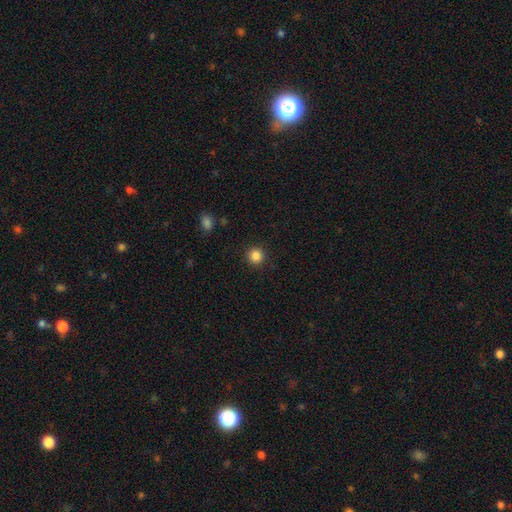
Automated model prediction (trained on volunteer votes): smooth-or-featured: smooth: 85% | star or artifact: 11% | featured or disk: 4%
  how-rounded: round: 95% | in between: 5% | cigar-shaped: 1%
  merging: none: 92% | minor disturbance: 5% | major disturbance: 2% | merger: 1%